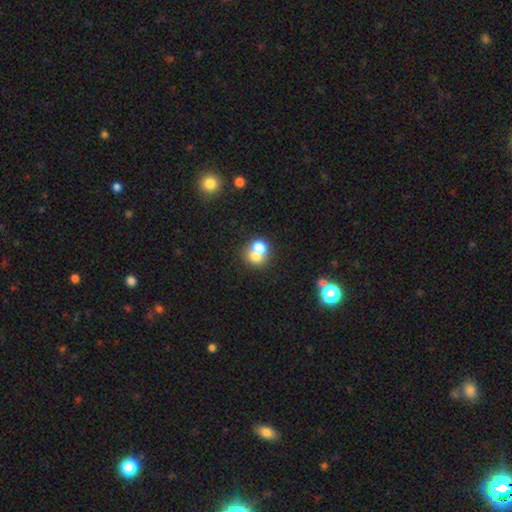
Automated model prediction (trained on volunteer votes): Q: Smooth or featured?
A: smooth (67%); runner-up: featured or disk (20%)
Q: How rounded?
A: round (73%); runner-up: in between (26%)
Q: Merging?
A: merger (61%); runner-up: none (29%)